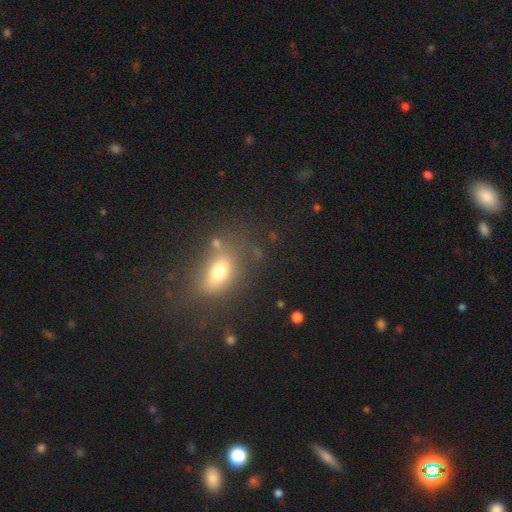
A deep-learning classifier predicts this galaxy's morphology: A smooth galaxy with no disk features (58%) that is in between round and cigar-shaped (68%). Merging: none (67%).